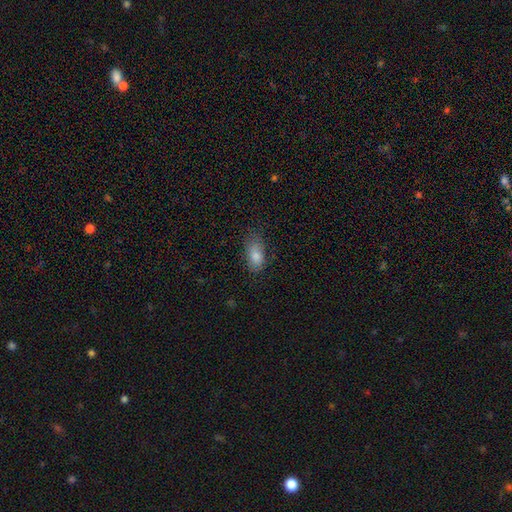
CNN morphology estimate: smooth-or-featured: smooth: 80% | featured or disk: 11% | star or artifact: 9%
  how-rounded: in between: 88% | cigar-shaped: 6% | round: 6%
  merging: none: 65% | minor disturbance: 25% | major disturbance: 9% | merger: 1%